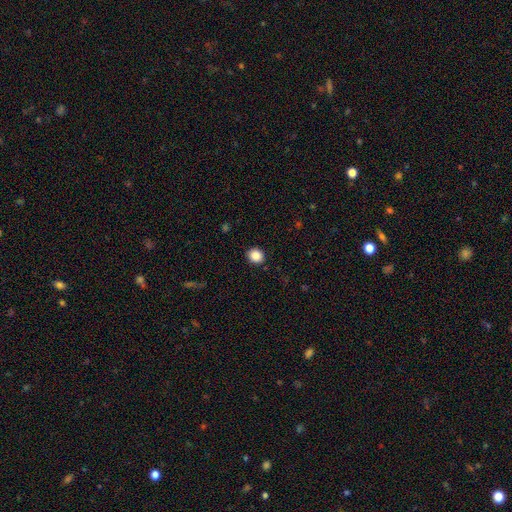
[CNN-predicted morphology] type=smooth (88%); roundness=round (75%); merging=none (90%).